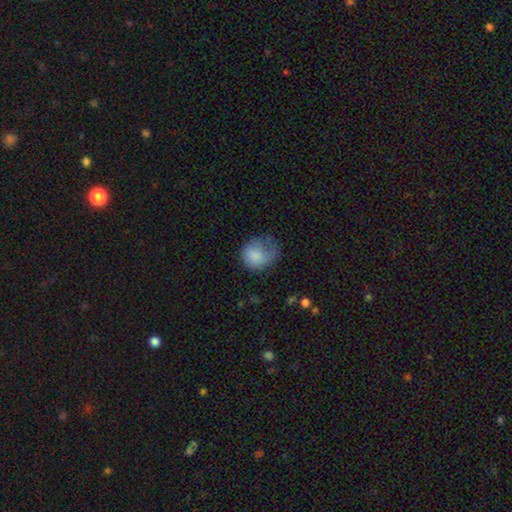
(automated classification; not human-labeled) A smooth galaxy with no disk features (78%) that is round (68%).

Vote fractions:
- Smooth or featured? smooth: 78% / featured or disk: 15% / star or artifact: 7%
- How rounded? round: 68% / in between: 31% / cigar-shaped: 1%
- Merging? major disturbance: 33% (tied) / minor disturbance: 33% (tied) / none: 32% / merger: 2%